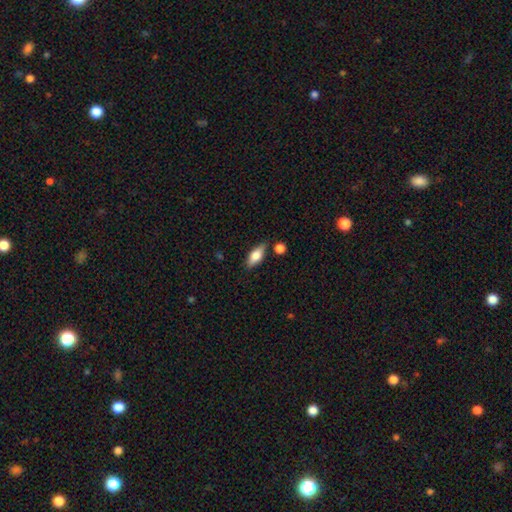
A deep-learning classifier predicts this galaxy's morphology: Smooth or featured: smooth — 71% (featured or disk — 22%)
How rounded: in between — 77% (cigar-shaped — 20%)
Merging: none — 78% (minor disturbance — 13%)